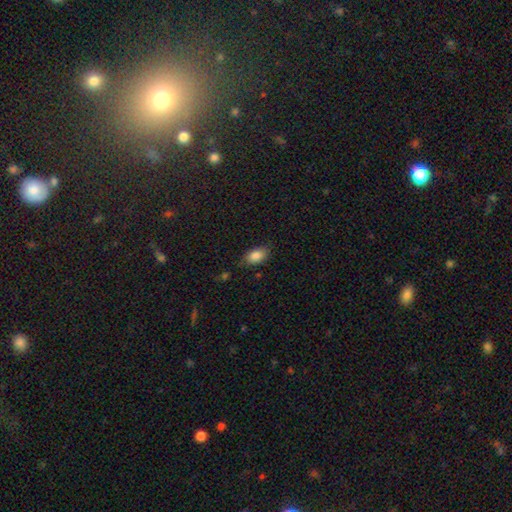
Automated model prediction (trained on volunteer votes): The model was most divided on "merging": none: 78%, minor disturbance: 17%, major disturbance: 4%, merger: 2%. More confident: how rounded — in between (89%); smooth or featured — smooth (86%).